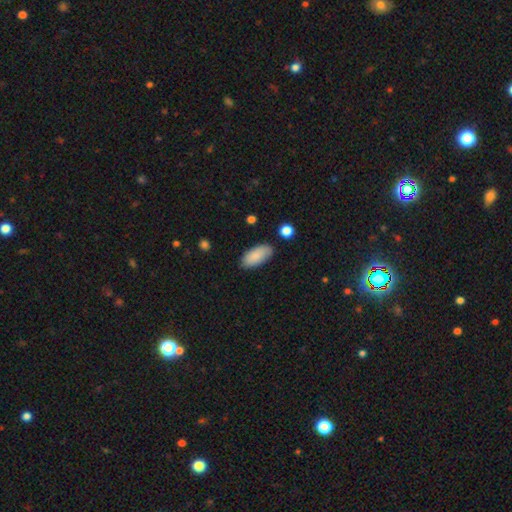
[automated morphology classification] Smooth or featured? Predicted: smooth (p=0.87). How rounded? Predicted: in between (p=0.91). Merging? Predicted: none (p=0.83).